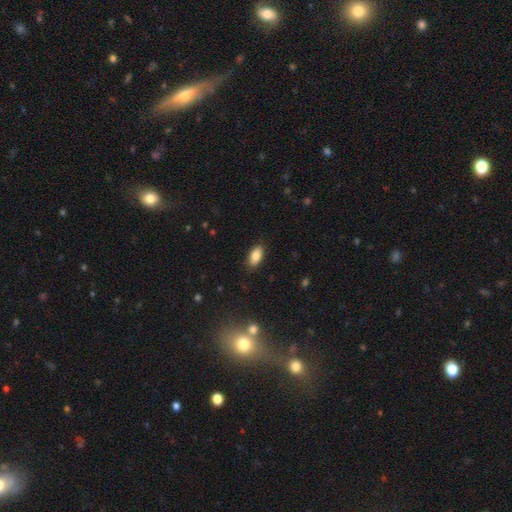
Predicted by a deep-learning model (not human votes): A smooth galaxy with no disk features (84%) that is in between round and cigar-shaped (90%). Merging: none (87%).